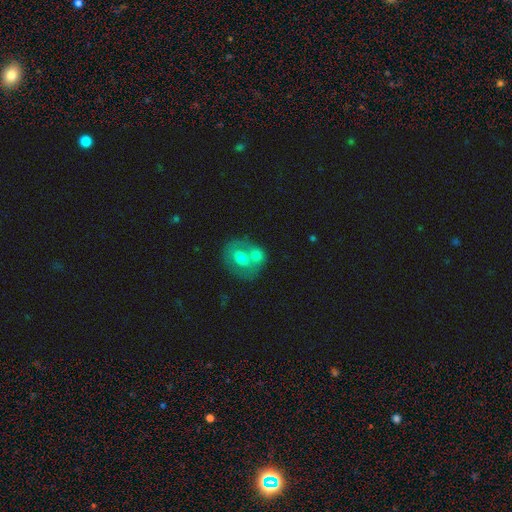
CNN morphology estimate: The model was most divided on "merging": merger: 52%, none: 35%, minor disturbance: 9%, major disturbance: 4%. More confident: how rounded — round (61%); smooth or featured — smooth (58%).